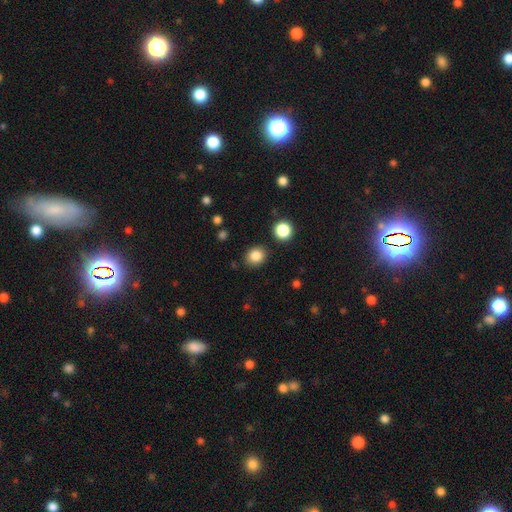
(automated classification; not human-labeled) Smooth or featured? Predicted: smooth (p=0.84). How rounded? Predicted: round (p=0.72). Merging? Predicted: none (p=0.87).